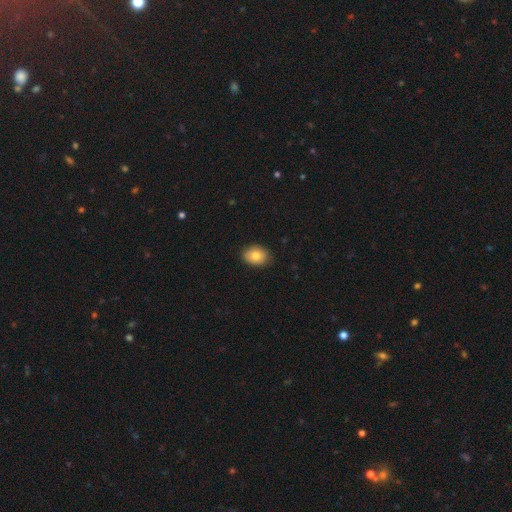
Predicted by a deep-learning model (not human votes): Overall: smooth (81%). How rounded: in between (68%; round 31%). Merging: none (87%).